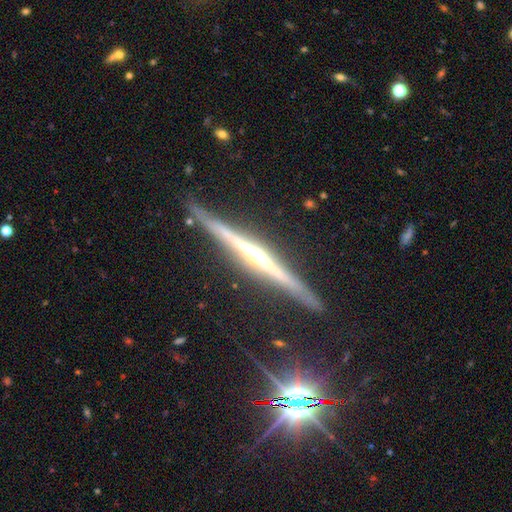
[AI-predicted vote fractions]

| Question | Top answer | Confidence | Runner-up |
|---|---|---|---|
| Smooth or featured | featured or disk | 84% | smooth (9%) |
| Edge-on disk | yes | 98% | no (2%) |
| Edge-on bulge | rounded | 64% | none (23%) |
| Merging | none | 86% | minor disturbance (10%) |